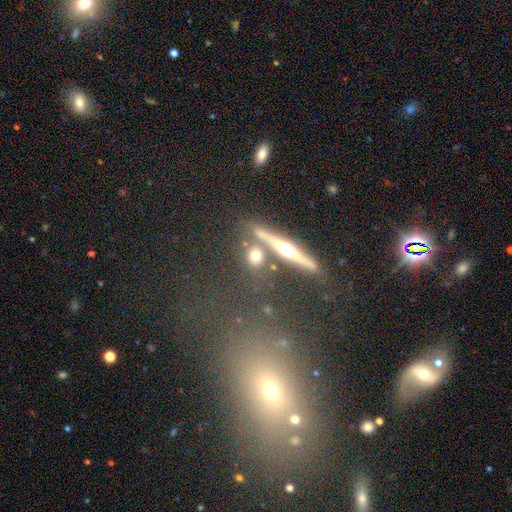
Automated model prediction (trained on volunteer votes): The model was most divided on "smooth or featured": smooth: 61%, featured or disk: 24%, star or artifact: 15%. More confident: merging — none (74%); how rounded — round (62%).